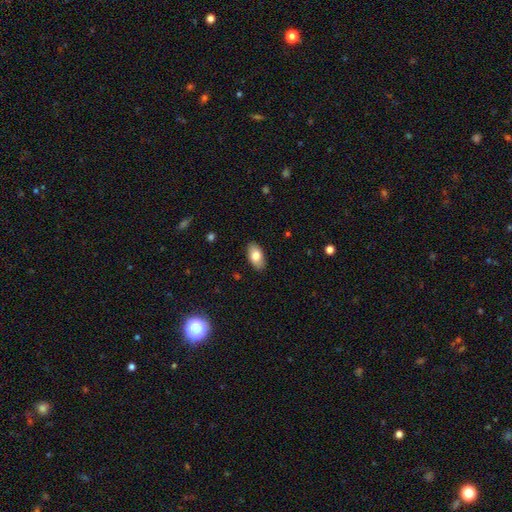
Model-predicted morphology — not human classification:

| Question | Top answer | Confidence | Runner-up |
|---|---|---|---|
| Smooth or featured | smooth | 79% | featured or disk (14%) |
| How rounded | in between | 94% | round (3%) |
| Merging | none | 88% | minor disturbance (9%) |